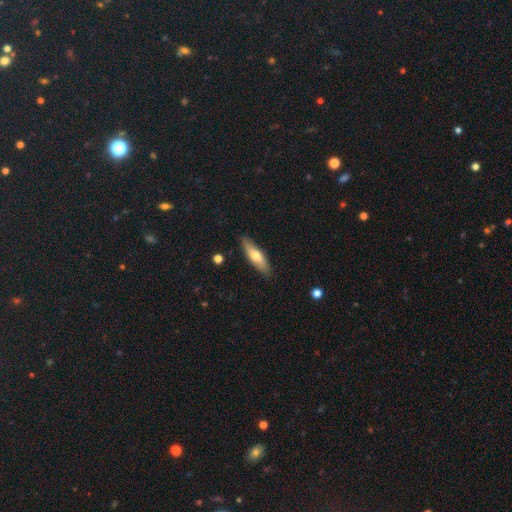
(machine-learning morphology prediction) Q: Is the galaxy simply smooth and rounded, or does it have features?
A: smooth — 63%.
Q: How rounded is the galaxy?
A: cigar-shaped — 61%.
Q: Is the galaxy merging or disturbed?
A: none — 86%.